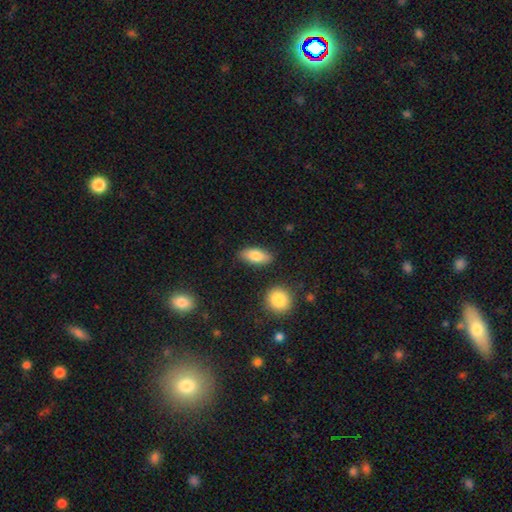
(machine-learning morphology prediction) The model was most divided on "smooth or featured": smooth: 81%, featured or disk: 12%, star or artifact: 7%. More confident: how rounded — in between (86%); merging — none (83%).